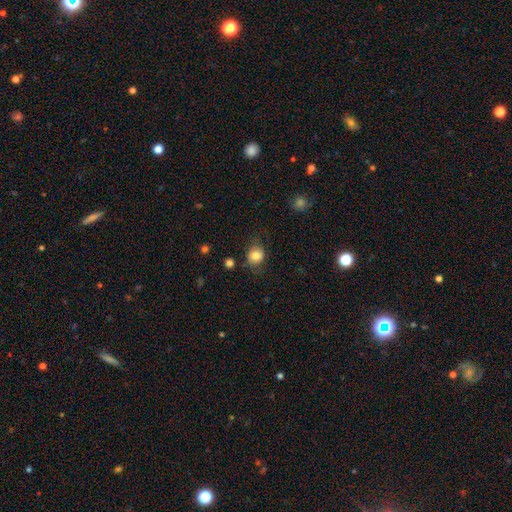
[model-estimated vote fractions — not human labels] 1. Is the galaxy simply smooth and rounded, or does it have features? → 81% smooth, 10% star or artifact, 9% featured or disk.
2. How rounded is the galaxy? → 71% round, 28% in between, 1% cigar-shaped.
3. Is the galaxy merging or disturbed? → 74% none, 18% minor disturbance, 6% major disturbance, 3% merger.